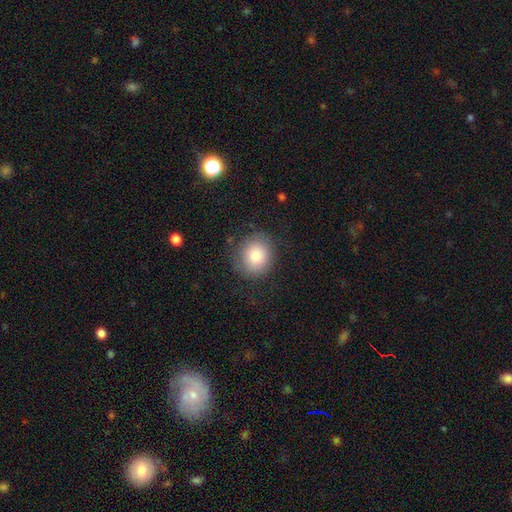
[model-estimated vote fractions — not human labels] smooth 81%, featured or disk 11%, star or artifact 9%. Down the decision tree: how rounded — round (79%); merging — none (78%).